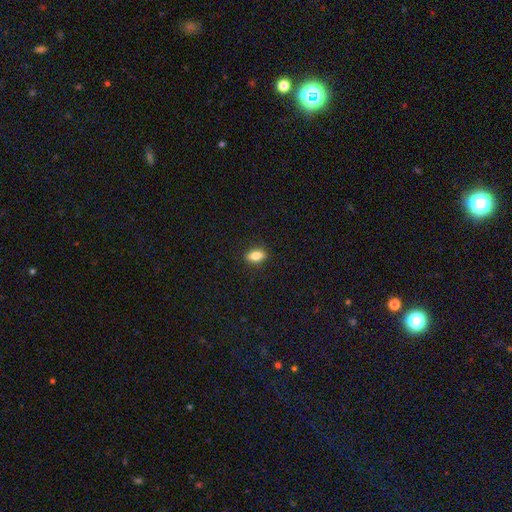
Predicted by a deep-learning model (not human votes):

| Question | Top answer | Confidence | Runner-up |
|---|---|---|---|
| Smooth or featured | smooth | 80% | featured or disk (11%) |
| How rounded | in between | 84% | round (8%) |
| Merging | none | 89% | minor disturbance (9%) |